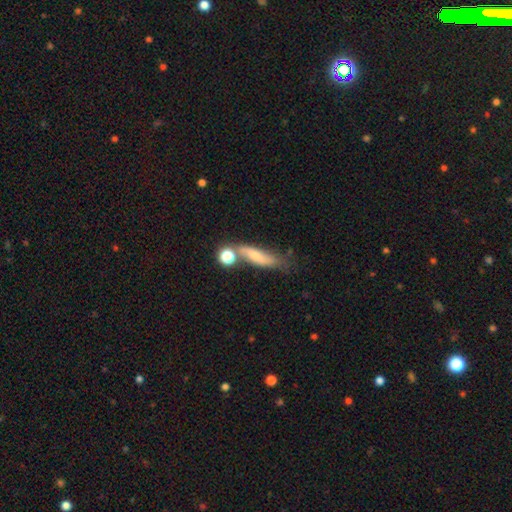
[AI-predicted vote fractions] This appears to be a smooth galaxy with no disk features (62%) that is cigar-shaped (58%). Merging: none (45%).